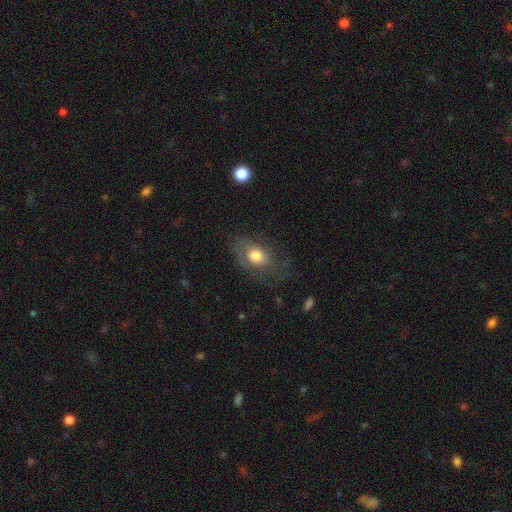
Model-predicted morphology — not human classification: The model was most divided on "merging": none: 49%, minor disturbance: 25%, major disturbance: 24%, merger: 2%. More confident: how rounded — in between (75%); smooth or featured — smooth (59%).